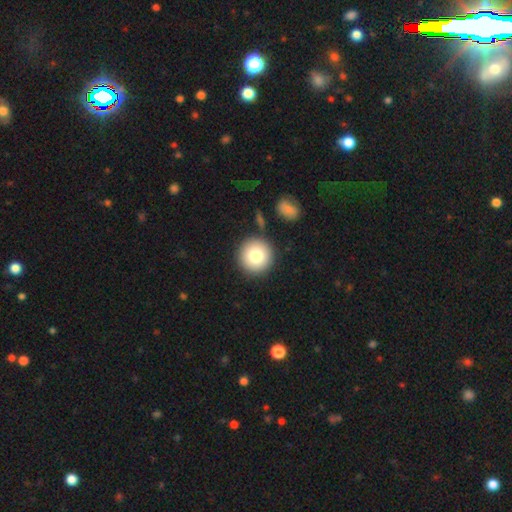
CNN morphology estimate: Q: Smooth or featured?
A: smooth (79%); runner-up: featured or disk (12%)
Q: How rounded?
A: round (96%); runner-up: in between (3%)
Q: Merging?
A: none (87%); runner-up: minor disturbance (7%)